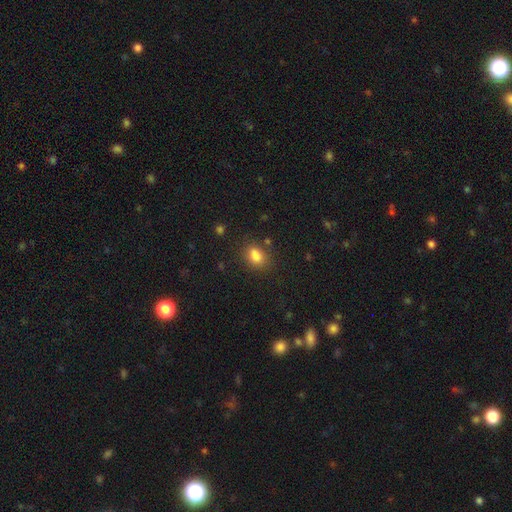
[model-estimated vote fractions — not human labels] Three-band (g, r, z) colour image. It shows a smooth galaxy with no disk features (82%) that is in between round and cigar-shaped (69%). Merging: none (69%).